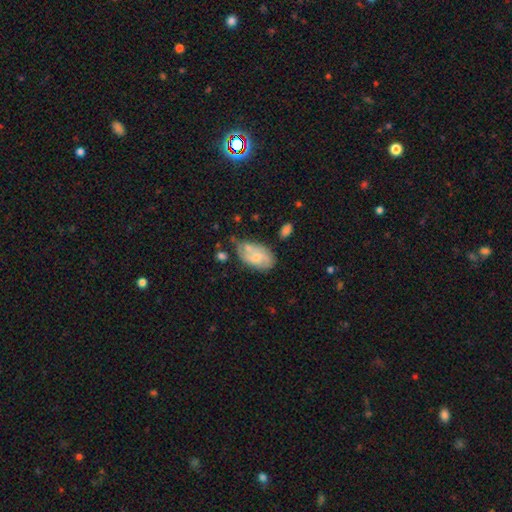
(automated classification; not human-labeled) Q: Smooth or featured?
A: smooth (49%); runner-up: featured or disk (44%)
Q: Merging?
A: none (46%); runner-up: minor disturbance (29%)